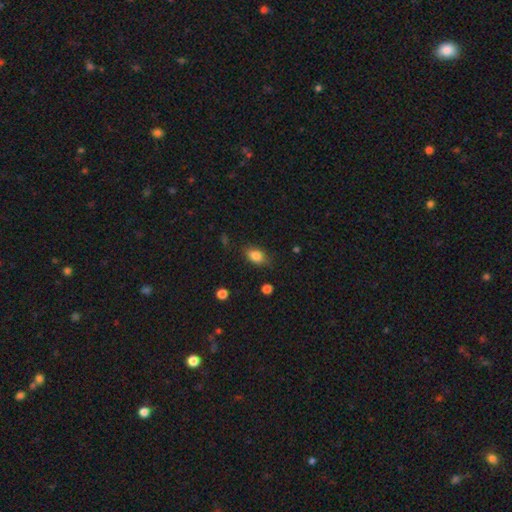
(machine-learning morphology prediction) type=smooth (83%); roundness=in between (79%); merging=none (78%).